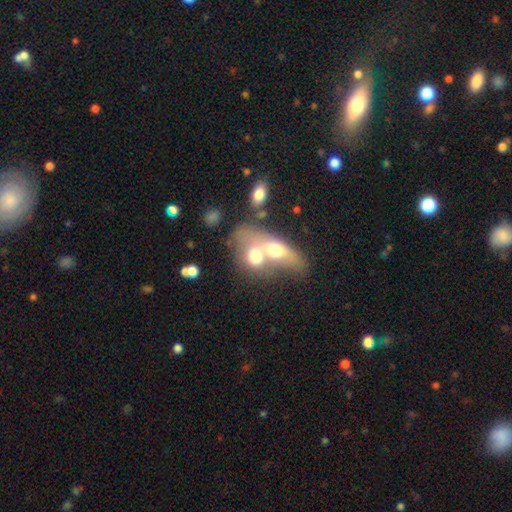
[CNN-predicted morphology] A smooth galaxy with no disk features (61%) that is in between round and cigar-shaped (65%).

Vote fractions:
- Smooth or featured? smooth: 61% / featured or disk: 30% / star or artifact: 9%
- How rounded? in between: 65% / round: 30% / cigar-shaped: 5%
- Merging? merger: 75% / none: 12% / major disturbance: 7% / minor disturbance: 6%